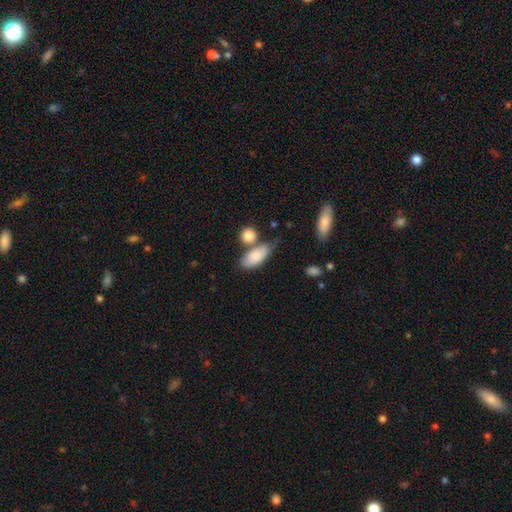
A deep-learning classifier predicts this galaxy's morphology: Smooth or featured? Predicted: smooth (p=0.84). How rounded? Predicted: in between (p=0.87). Merging? Predicted: none (p=0.45).